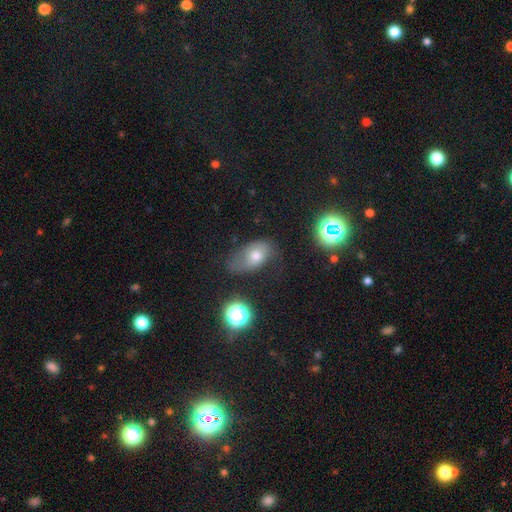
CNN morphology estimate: Smooth or featured? Predicted: smooth (p=0.55). How rounded? Predicted: in between (p=0.84). Merging? Predicted: none (p=0.48).